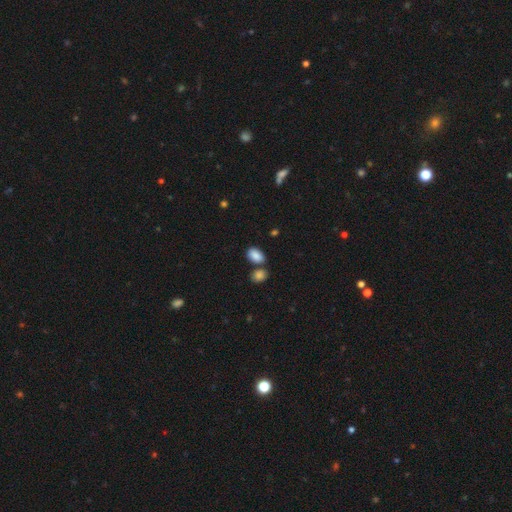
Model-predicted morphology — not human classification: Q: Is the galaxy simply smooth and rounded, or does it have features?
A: smooth — 86%.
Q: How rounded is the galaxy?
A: in between — 88%.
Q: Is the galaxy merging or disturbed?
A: none — 59%.